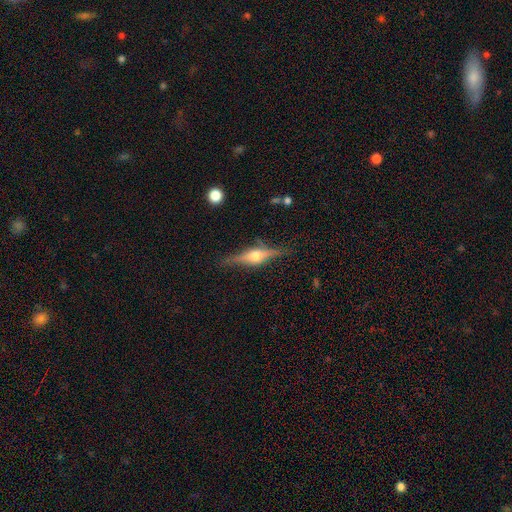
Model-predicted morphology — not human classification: Smooth or featured: featured or disk — 75% (smooth — 19%)
Edge-on disk: yes — 96% (no — 4%)
Edge-on bulge: rounded — 90% (boxy — 7%)
Merging: none — 84% (minor disturbance — 12%)